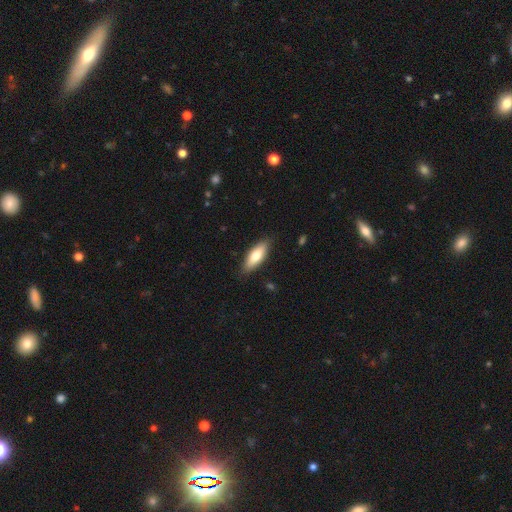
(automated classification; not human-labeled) Smooth or featured? Predicted: smooth (p=0.74). How rounded? Predicted: in between (p=0.66). Merging? Predicted: none (p=0.86).